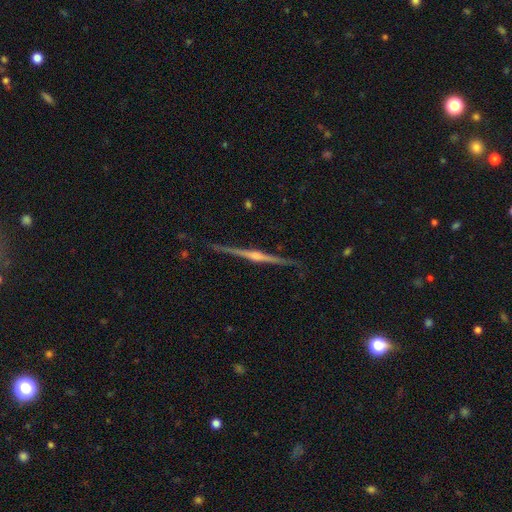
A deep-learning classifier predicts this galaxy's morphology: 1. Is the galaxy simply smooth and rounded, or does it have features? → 87% featured or disk, 7% smooth, 5% star or artifact.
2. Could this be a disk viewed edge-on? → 98% yes, 2% no.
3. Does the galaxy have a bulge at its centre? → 84% rounded, 9% none, 7% boxy.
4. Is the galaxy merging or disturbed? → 90% none, 7% minor disturbance, 2% major disturbance, 1% merger.